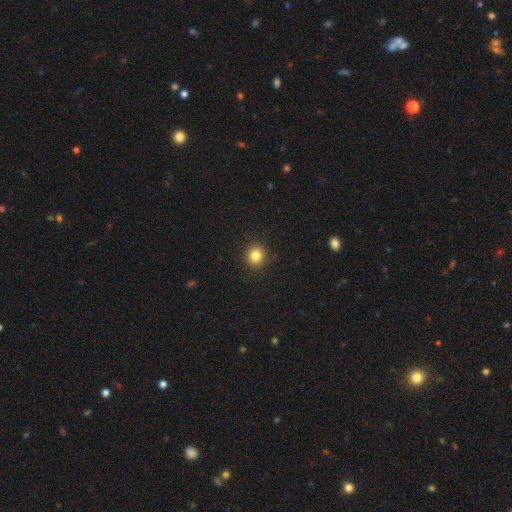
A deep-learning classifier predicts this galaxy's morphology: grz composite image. It shows a smooth galaxy with no disk features (83%) that is round (88%). Merging: none (91%).